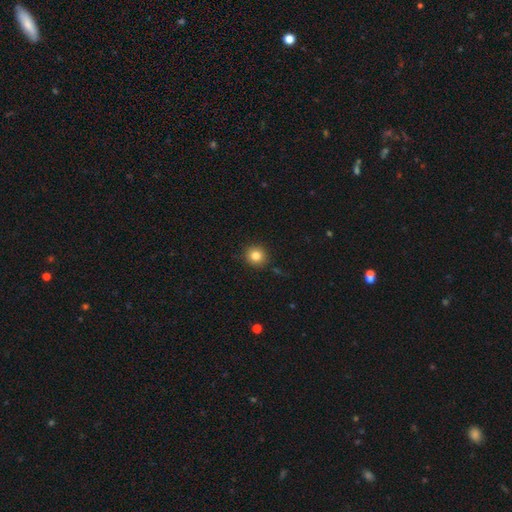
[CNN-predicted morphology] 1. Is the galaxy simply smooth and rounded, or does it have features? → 82% smooth, 12% star or artifact, 6% featured or disk.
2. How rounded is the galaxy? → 92% round, 7% in between, 1% cigar-shaped.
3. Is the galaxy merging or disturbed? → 91% none, 6% minor disturbance, 2% major disturbance, 1% merger.